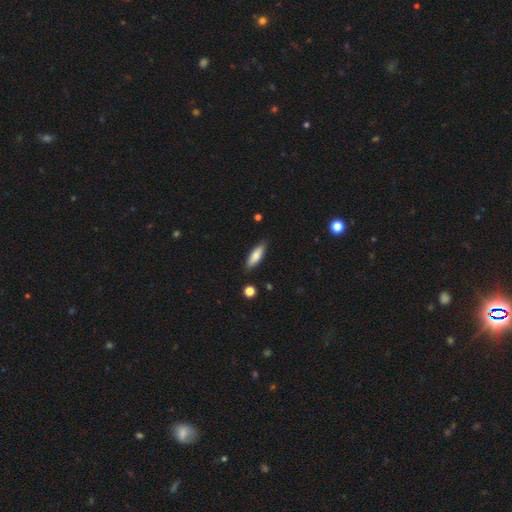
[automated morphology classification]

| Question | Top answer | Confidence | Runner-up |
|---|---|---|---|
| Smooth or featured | smooth | 78% | featured or disk (15%) |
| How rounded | cigar-shaped | 51% | in between (48%) |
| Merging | none | 86% | minor disturbance (10%) |